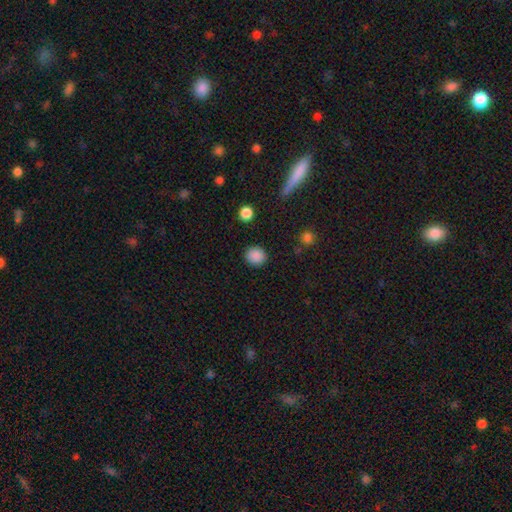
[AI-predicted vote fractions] Q: Smooth or featured?
A: smooth (87%); runner-up: star or artifact (10%)
Q: How rounded?
A: round (85%); runner-up: in between (14%)
Q: Merging?
A: none (90%); runner-up: minor disturbance (6%)